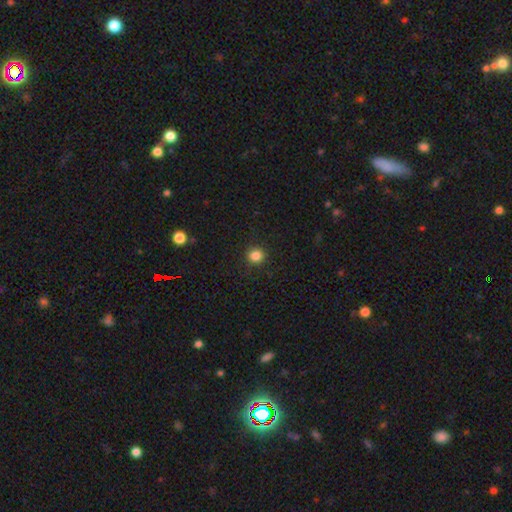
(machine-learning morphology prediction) smooth_or_featured: smooth (p=0.85) [alt: star or artifact p=0.12]
how_rounded: round (p=0.91) [alt: in between p=0.08]
merging: none (p=0.91) [alt: minor disturbance p=0.06]